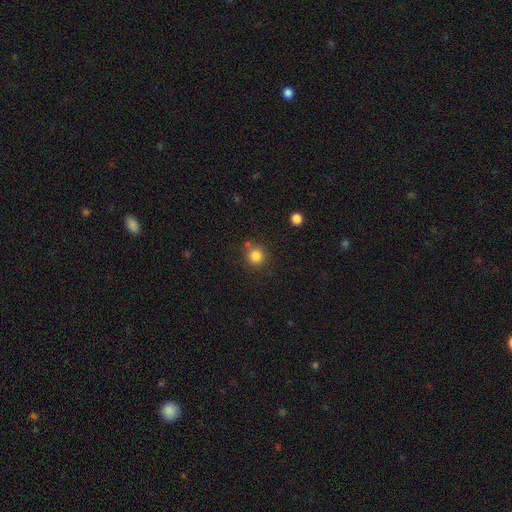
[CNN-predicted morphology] smooth-or-featured: smooth: 84% | star or artifact: 11% | featured or disk: 5%
  how-rounded: round: 92% | in between: 7% | cigar-shaped: 1%
  merging: none: 77% | minor disturbance: 11% | merger: 8% | major disturbance: 4%